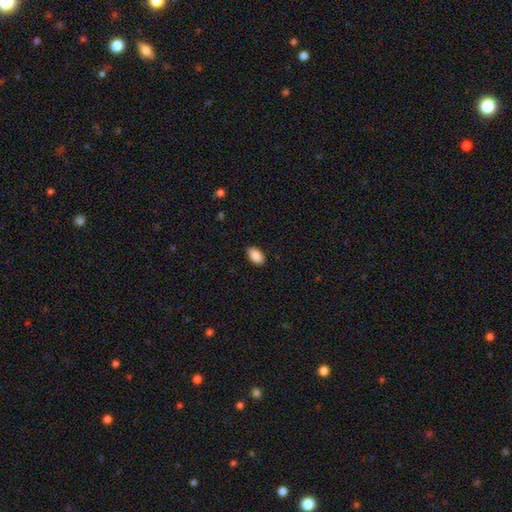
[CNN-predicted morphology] This is clearly a smooth galaxy (89%). How rounded: clearly in between (94%). Merging: clearly none (87%).